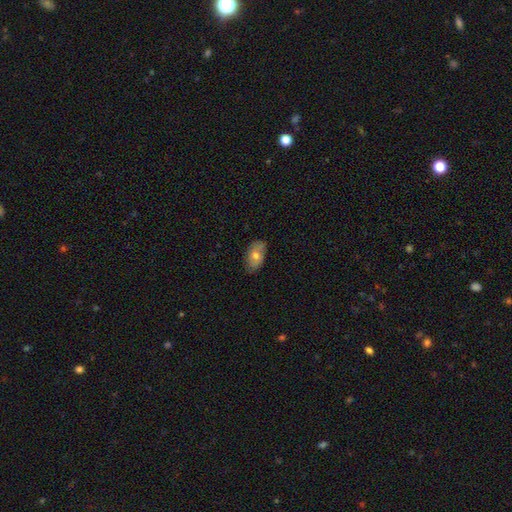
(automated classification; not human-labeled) This appears to be a smooth galaxy with no disk features (70%) that is in between round and cigar-shaped (92%). Merging: none (78%).